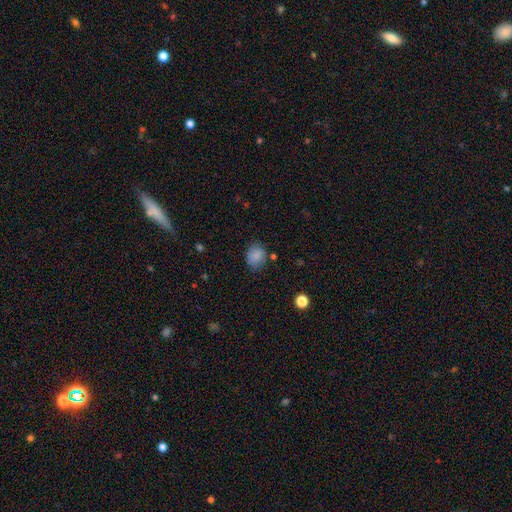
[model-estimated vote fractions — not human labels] smooth-or-featured: smooth: 85% | star or artifact: 10% | featured or disk: 5%
  how-rounded: round: 64% | in between: 35% | cigar-shaped: 1%
  merging: none: 75% | minor disturbance: 18% | major disturbance: 4% | merger: 2%